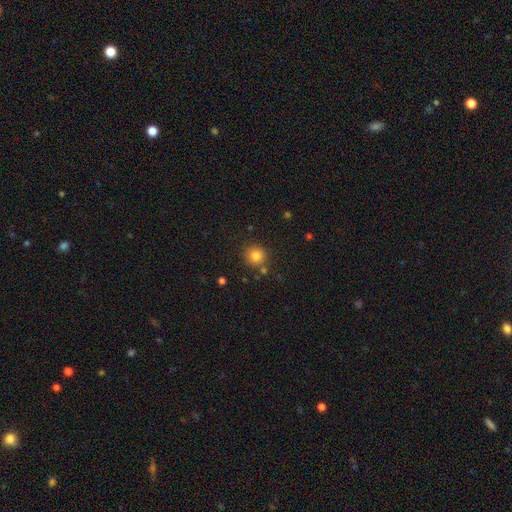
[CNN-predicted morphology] smooth_or_featured: smooth (p=0.81) [alt: star or artifact p=0.12]
how_rounded: round (p=0.93) [alt: in between p=0.06]
merging: none (p=0.84) [alt: minor disturbance p=0.08]